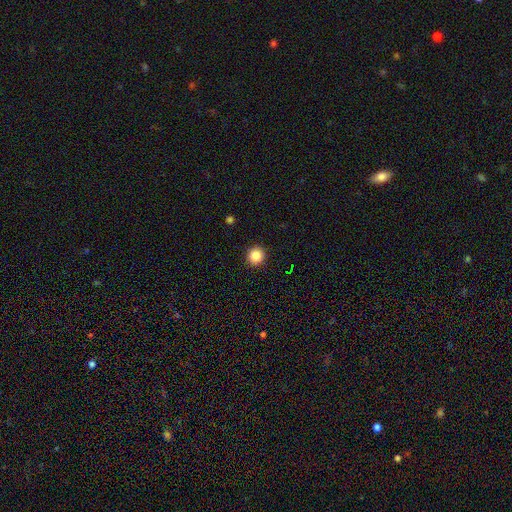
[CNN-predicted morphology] type=smooth (86%); roundness=round (93%); merging=none (92%).